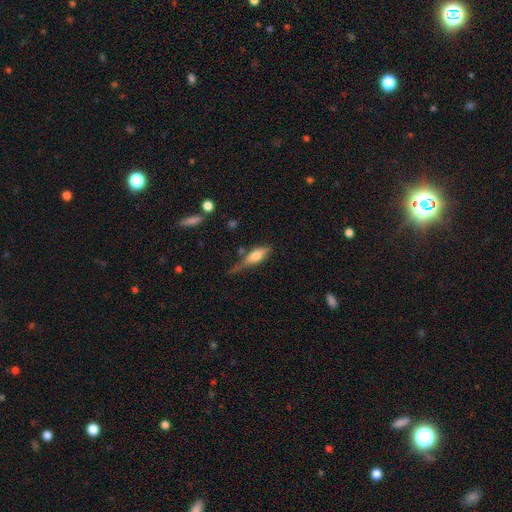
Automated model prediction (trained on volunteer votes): The model was most divided on "how rounded": in between: 49%, cigar-shaped: 48%, round: 3%. Remaining: smooth or featured — smooth (55%); merging — none (44%).